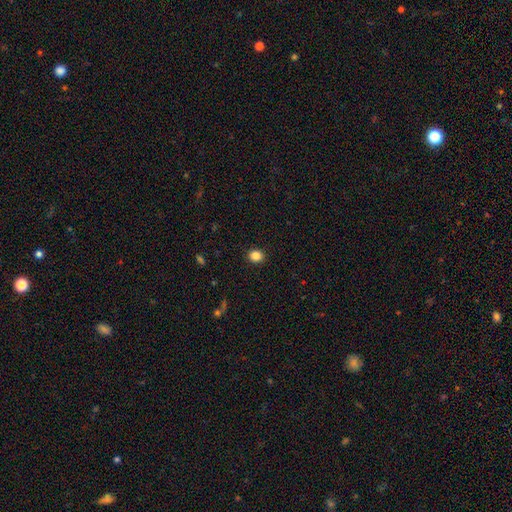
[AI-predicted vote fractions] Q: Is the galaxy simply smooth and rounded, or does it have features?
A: smooth — 85%.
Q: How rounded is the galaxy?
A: round — 79%.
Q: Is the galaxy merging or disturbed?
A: none — 92%.